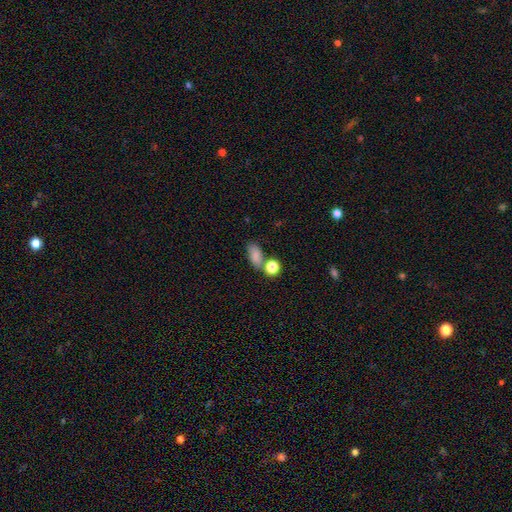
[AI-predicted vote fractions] Overall: smooth (81%). How rounded: in between (81%). Merging: none (55%; merger 23%).